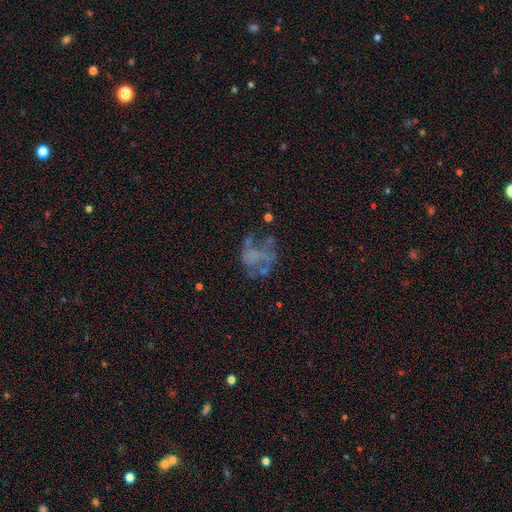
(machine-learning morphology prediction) type=featured or disk (58%); edge-on=no (98%); bar=no (89%); spiral arms=no (77%); bulge=none (82%); merging=none (39%).